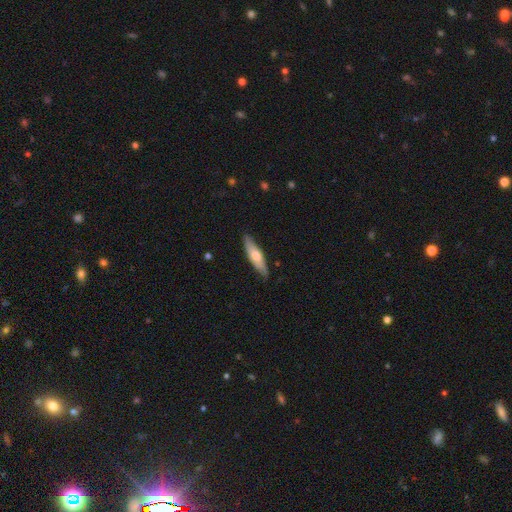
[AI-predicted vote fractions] The model was most divided on "smooth or featured": smooth: 57%, featured or disk: 38%, star or artifact: 5%. More confident: merging — none (85%); how rounded — cigar-shaped (67%).